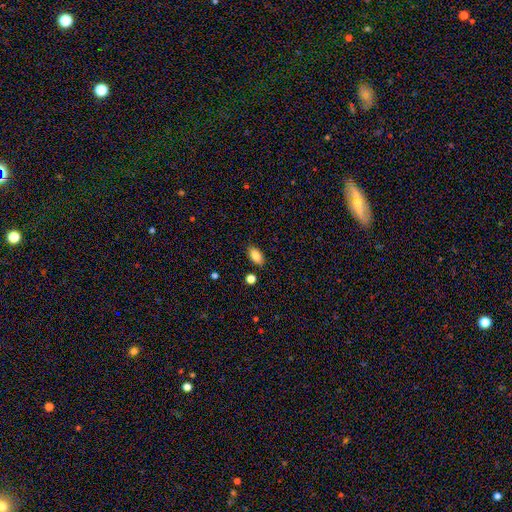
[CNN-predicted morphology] smooth-or-featured: smooth: 85% | star or artifact: 8% | featured or disk: 7%
  how-rounded: in between: 91% | round: 6% | cigar-shaped: 3%
  merging: none: 86% | minor disturbance: 9% | merger: 3% | major disturbance: 2%